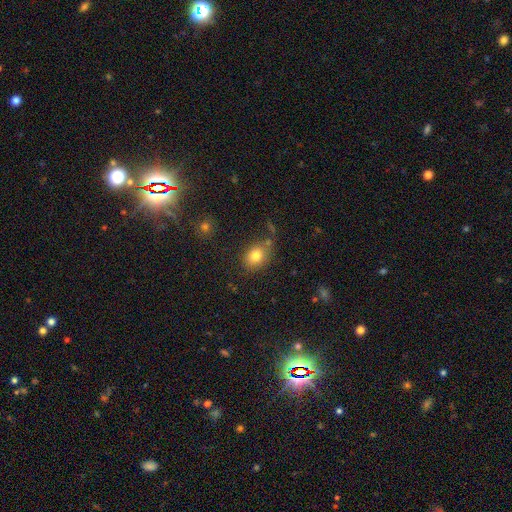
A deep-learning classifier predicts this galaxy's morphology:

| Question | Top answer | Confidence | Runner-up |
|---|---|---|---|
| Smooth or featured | smooth | 80% | star or artifact (10%) |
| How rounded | in between | 63% | round (36%) |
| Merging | none | 69% | minor disturbance (16%) |